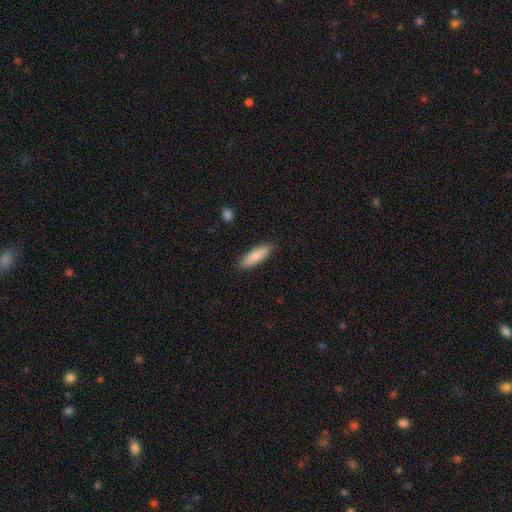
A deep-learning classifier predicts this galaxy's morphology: A smooth galaxy with no disk features (87%) that is in between round and cigar-shaped (51%).

Vote fractions:
- Smooth or featured? smooth: 87% / featured or disk: 7% / star or artifact: 6%
- How rounded? in between: 51% / cigar-shaped: 47% / round: 2%
- Merging? none: 89% / minor disturbance: 8% / major disturbance: 2% / merger: 1%